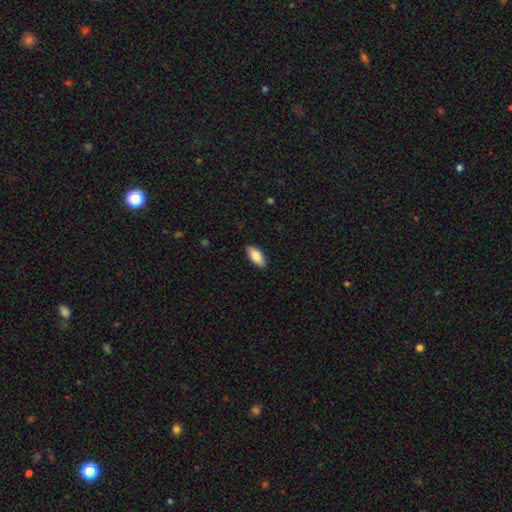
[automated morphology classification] This is clearly a smooth galaxy (85%). How rounded: clearly in between (89%). Merging: clearly none (89%).